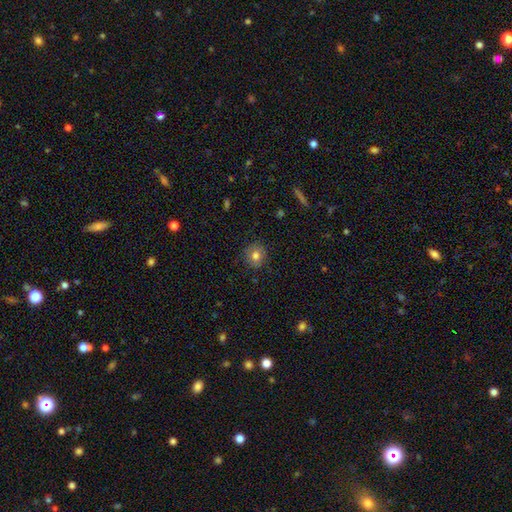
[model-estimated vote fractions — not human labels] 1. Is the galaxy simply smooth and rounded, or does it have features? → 77% smooth, 12% featured or disk, 11% star or artifact.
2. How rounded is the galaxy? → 86% round, 13% in between, 1% cigar-shaped.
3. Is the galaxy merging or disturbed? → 86% none, 11% minor disturbance, 3% major disturbance, 1% merger.